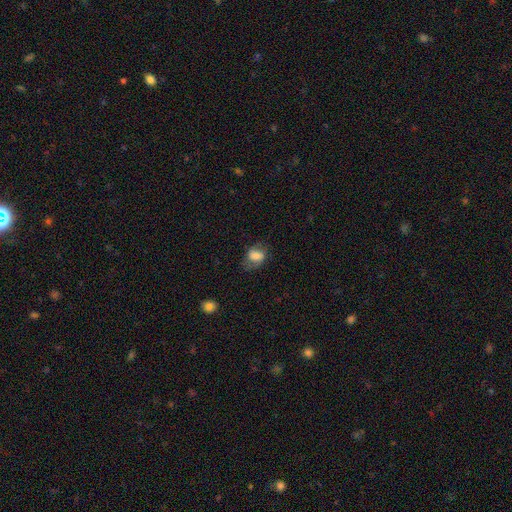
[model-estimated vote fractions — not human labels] Overall: smooth (71%). How rounded: in between (72%). Merging: none (58%; minor disturbance 26%).